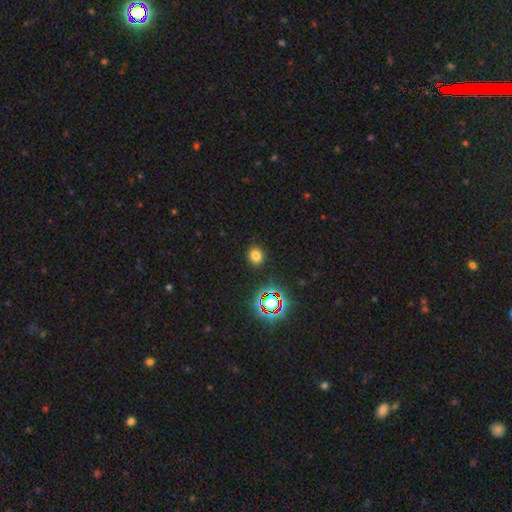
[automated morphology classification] Smooth or featured?
  - smooth: 74% *
  - star or artifact: 20%
  - featured or disk: 6%
How rounded?
  - round: 77% *
  - in between: 22%
  - cigar-shaped: 1%
Merging?
  - none: 90% *
  - minor disturbance: 7%
  - major disturbance: 2%
  - merger: 1%